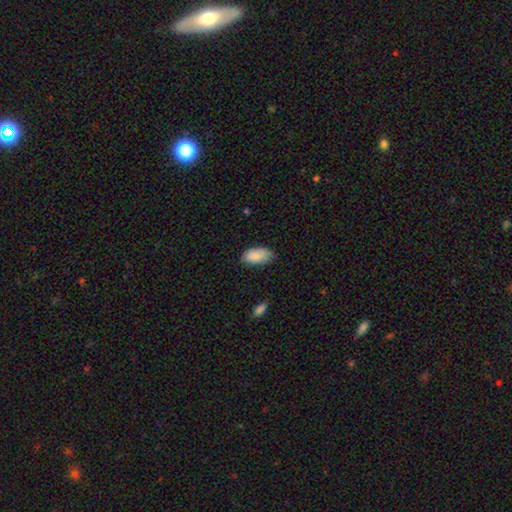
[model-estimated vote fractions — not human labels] A smooth galaxy with no disk features (88%) that is in between round and cigar-shaped (94%). Merging: none (68%).